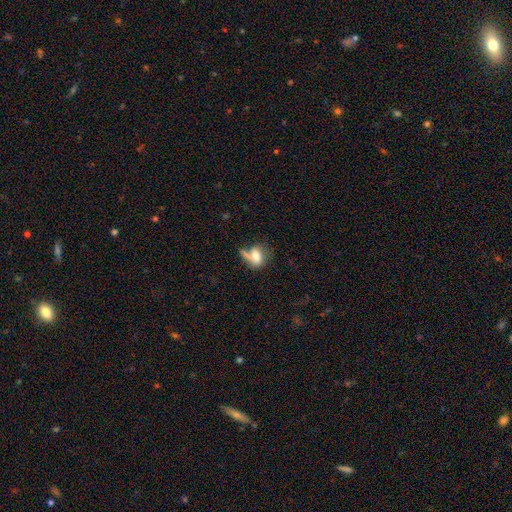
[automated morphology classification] type=smooth (62%); roundness=in between (63%); merging=none (35%).